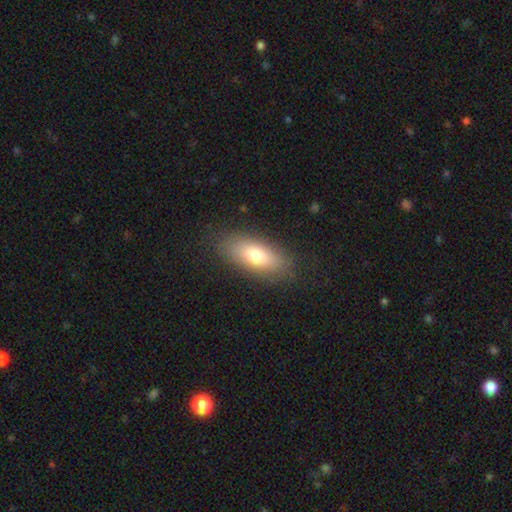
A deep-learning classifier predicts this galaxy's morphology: Overall: smooth (74%). How rounded: in between (80%). Merging: none (84%).